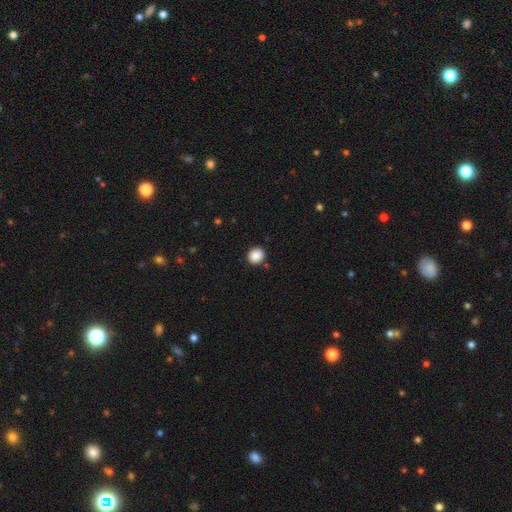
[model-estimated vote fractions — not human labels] Q: Smooth or featured?
A: smooth (88%); runner-up: star or artifact (9%)
Q: How rounded?
A: round (81%); runner-up: in between (18%)
Q: Merging?
A: none (89%); runner-up: minor disturbance (7%)